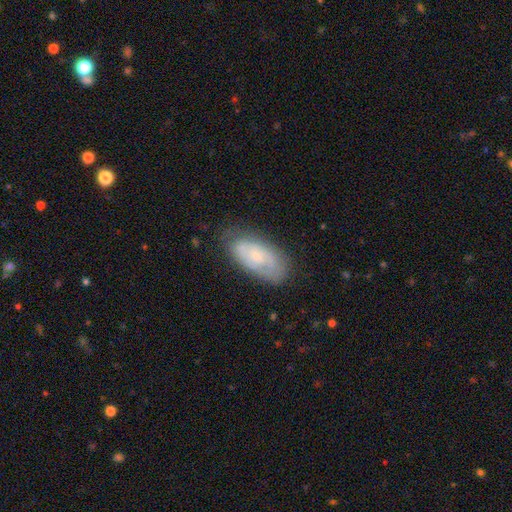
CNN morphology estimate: Smooth or featured?
  - featured or disk: 60% *
  - smooth: 33%
  - star or artifact: 7%
Edge-on disk?
  - no: 93% *
  - yes: 7%
Bar?
  - no: 73% *
  - weak: 23%
  - strong: 4%
Spiral arms?
  - yes: 76% *
  - no: 24%
Bulge size?
  - small: 70% *
  - moderate: 23%
  - none: 4%
  - large: 2%
  - dominant: 1%
Merging?
  - none: 73% *
  - minor disturbance: 20%
  - major disturbance: 6%
  - merger: 1%